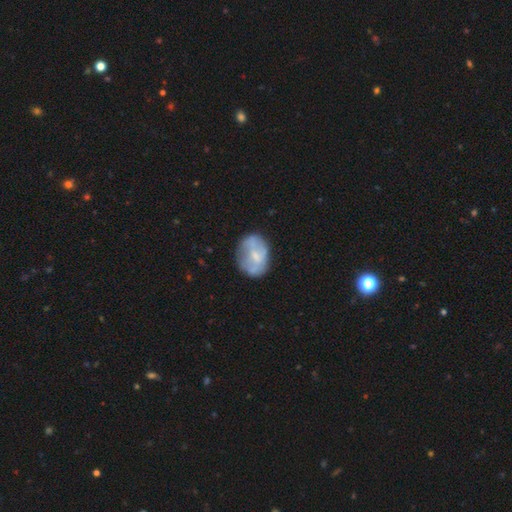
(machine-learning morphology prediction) A smooth galaxy with no disk features (49%). Merging: none (62%).